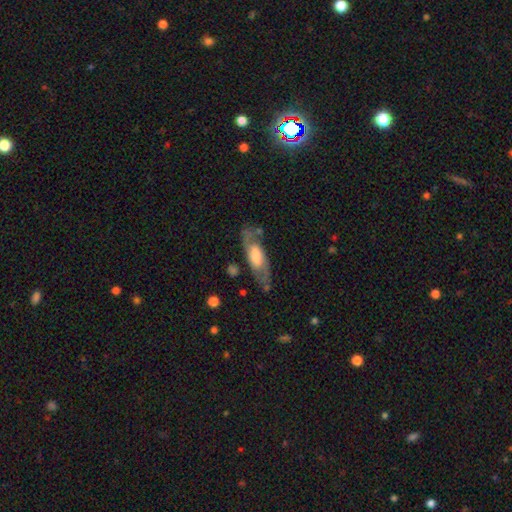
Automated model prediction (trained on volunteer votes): This is likely a featured or disk galaxy (66%). It is likely not viewed edge-on (77%). Bar: marginally no (44%). Spiral arm pattern: likely yes (79%). Central bulge: marginally large (45%). Merging: likely none (71%).